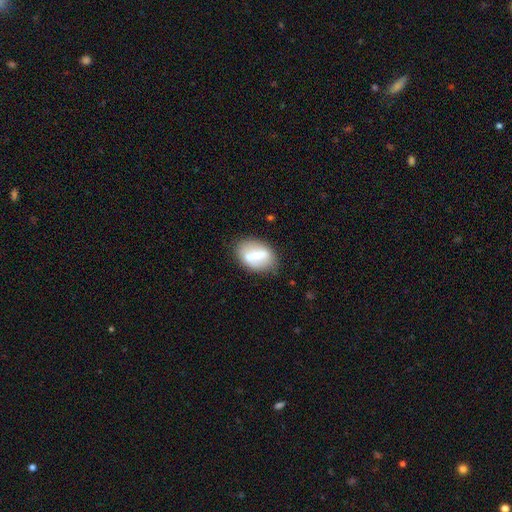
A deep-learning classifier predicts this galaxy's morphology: smooth 54%, featured or disk 38%, star or artifact 8%. Down the decision tree: how rounded — in between (82%); merging — none (74%).